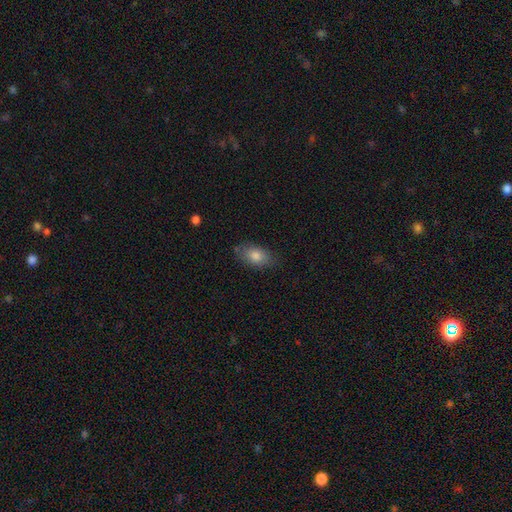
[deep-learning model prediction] A smooth galaxy with no disk features (80%) that is in between round and cigar-shaped (88%). Merging: none (78%).